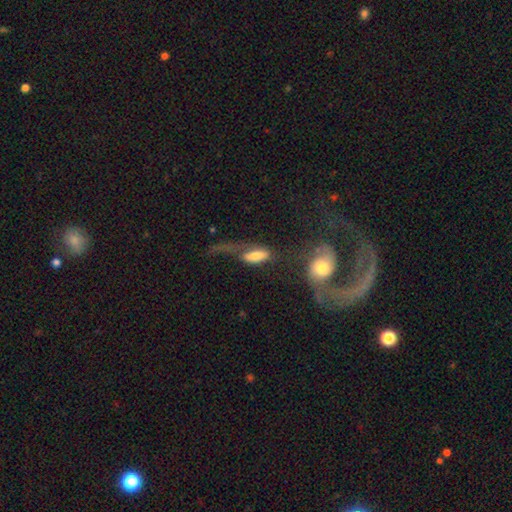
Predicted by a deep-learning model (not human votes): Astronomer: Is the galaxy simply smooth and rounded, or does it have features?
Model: smooth — 62%.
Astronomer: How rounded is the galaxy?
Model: in between — 75%.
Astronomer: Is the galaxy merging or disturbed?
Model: major disturbance — 44% (runner-up: none, 22%).